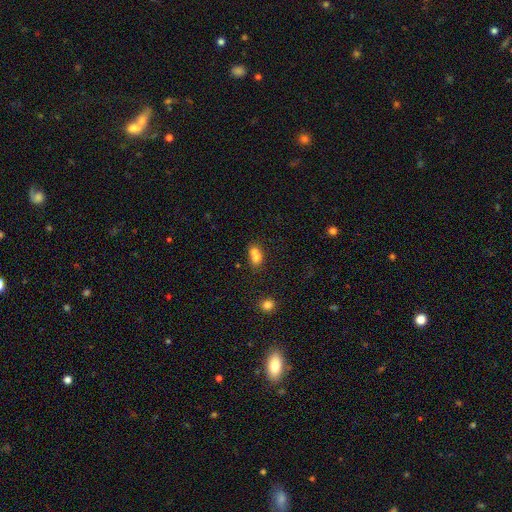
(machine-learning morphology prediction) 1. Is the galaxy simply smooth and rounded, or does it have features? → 70% smooth, 18% featured or disk, 12% star or artifact.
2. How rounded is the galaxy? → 51% round, 47% in between, 2% cigar-shaped.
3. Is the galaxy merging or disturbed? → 64% merger, 26% none, 7% minor disturbance, 3% major disturbance.